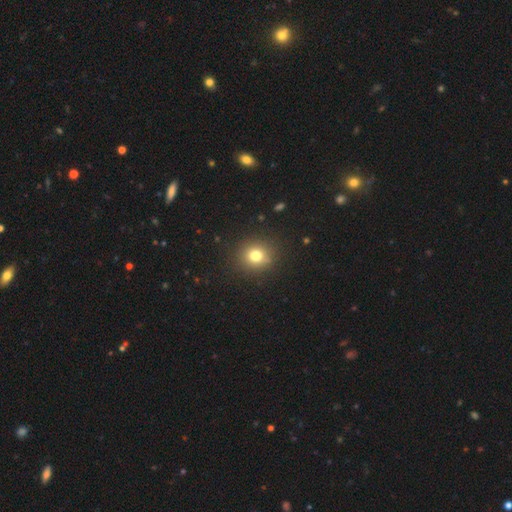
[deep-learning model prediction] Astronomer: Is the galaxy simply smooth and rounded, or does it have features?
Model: smooth — 77%.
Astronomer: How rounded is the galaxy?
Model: round — 84%.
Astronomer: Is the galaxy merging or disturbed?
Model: none — 89%.